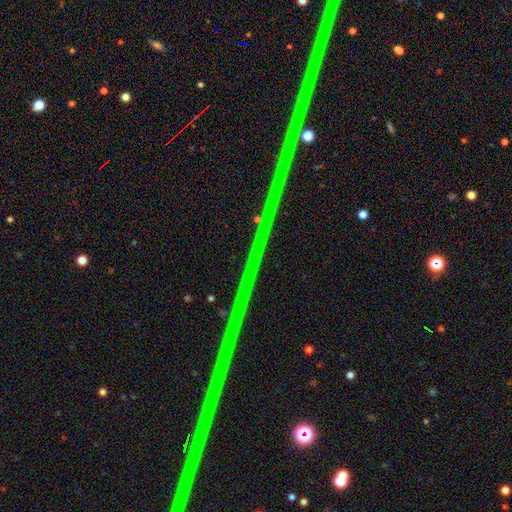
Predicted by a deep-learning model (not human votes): The model was most divided on "smooth or featured": star or artifact: 89%, featured or disk: 7%, smooth: 4%.